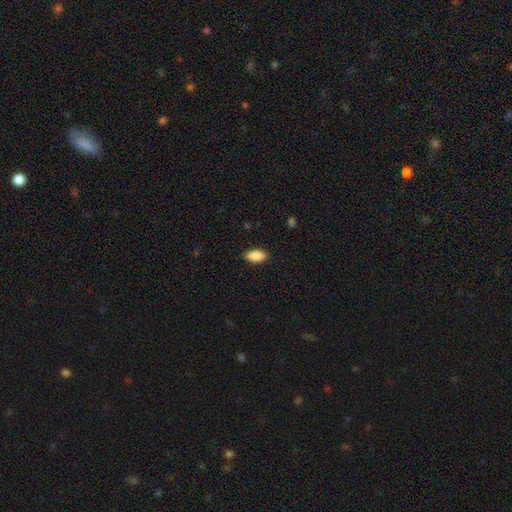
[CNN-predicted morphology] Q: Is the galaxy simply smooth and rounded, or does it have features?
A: smooth — 88%.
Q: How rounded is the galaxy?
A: in between — 91%.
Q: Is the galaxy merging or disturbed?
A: none — 87%.